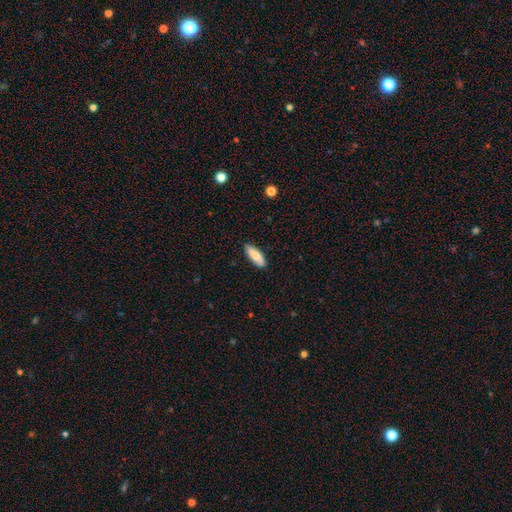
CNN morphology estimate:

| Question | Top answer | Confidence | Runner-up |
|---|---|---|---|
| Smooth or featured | smooth | 80% | featured or disk (14%) |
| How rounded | in between | 60% | cigar-shaped (38%) |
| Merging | none | 87% | minor disturbance (10%) |